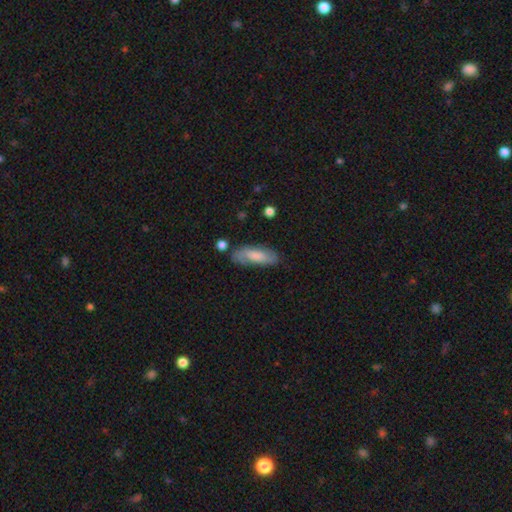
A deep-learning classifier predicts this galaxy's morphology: Smooth or featured?
  - smooth: 60% *
  - featured or disk: 33%
  - star or artifact: 7%
How rounded?
  - in between: 68% *
  - cigar-shaped: 30%
  - round: 2%
Merging?
  - none: 65% *
  - minor disturbance: 23%
  - major disturbance: 8%
  - merger: 4%